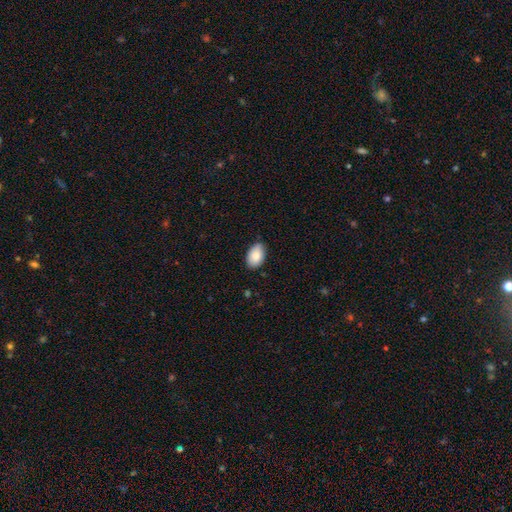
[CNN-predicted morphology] Smooth or featured? smooth (87%)
How rounded? in between (91%)
Merging? none (82%)